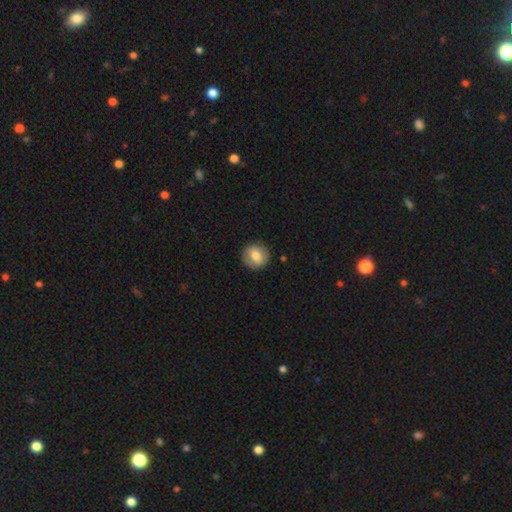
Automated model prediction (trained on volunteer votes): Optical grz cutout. It shows a smooth galaxy with no disk features (71%) that is round (86%). Merging: none (87%).